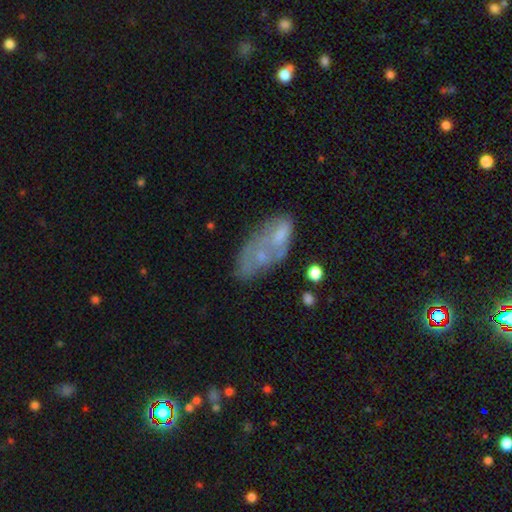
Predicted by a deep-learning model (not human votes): Smooth or featured: smooth — 47% (featured or disk — 44%)
Merging: none — 31% (merger — 25%)